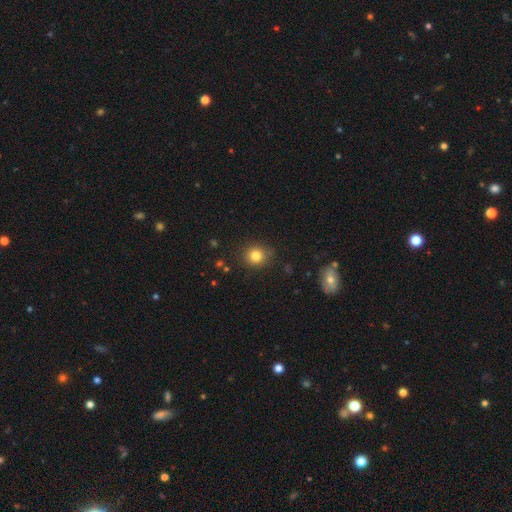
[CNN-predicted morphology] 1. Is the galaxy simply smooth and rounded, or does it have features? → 81% smooth, 12% star or artifact, 6% featured or disk.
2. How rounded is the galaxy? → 88% round, 11% in between, 1% cigar-shaped.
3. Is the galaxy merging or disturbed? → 85% none, 10% minor disturbance, 3% major disturbance, 2% merger.